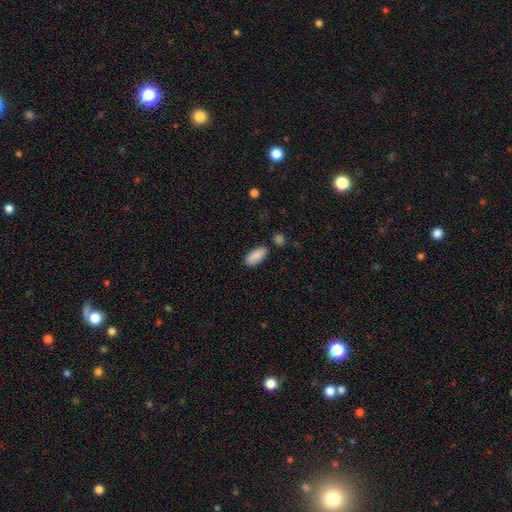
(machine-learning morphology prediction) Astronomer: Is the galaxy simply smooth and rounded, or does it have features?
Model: smooth — 90%.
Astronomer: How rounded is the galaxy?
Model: in between — 87%.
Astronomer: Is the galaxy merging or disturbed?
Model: none — 81%.